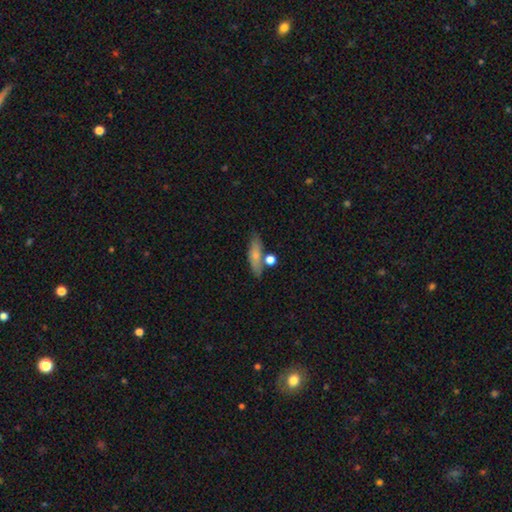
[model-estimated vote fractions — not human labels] A smooth galaxy with no disk features (72%) that is cigar-shaped (51%).

Vote fractions:
- Smooth or featured? smooth: 72% / featured or disk: 21% / star or artifact: 8%
- How rounded? cigar-shaped: 51% / in between: 44% / round: 6%
- Merging? none: 67% / merger: 14% / minor disturbance: 14% / major disturbance: 4%